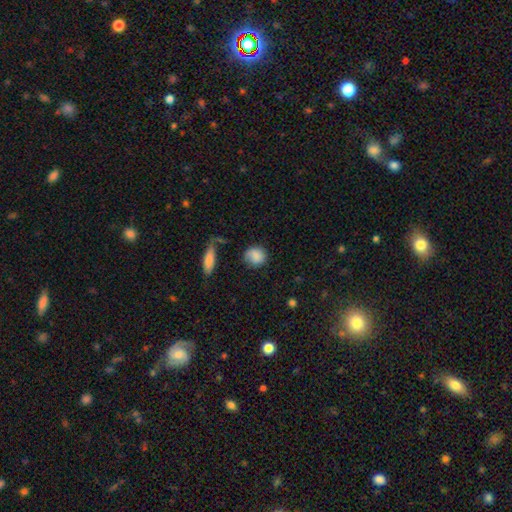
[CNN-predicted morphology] Q: Smooth or featured?
A: smooth (82%); runner-up: featured or disk (10%)
Q: How rounded?
A: round (75%); runner-up: in between (24%)
Q: Merging?
A: none (65%); runner-up: minor disturbance (23%)